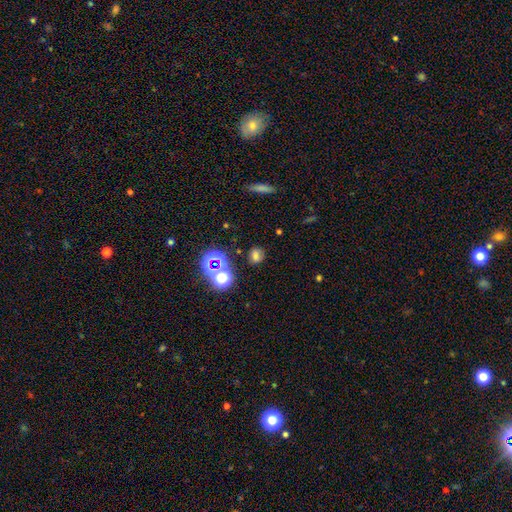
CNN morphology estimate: Overall: smooth (67%). How rounded: round (59%; in between 39%). Merging: none (80%).